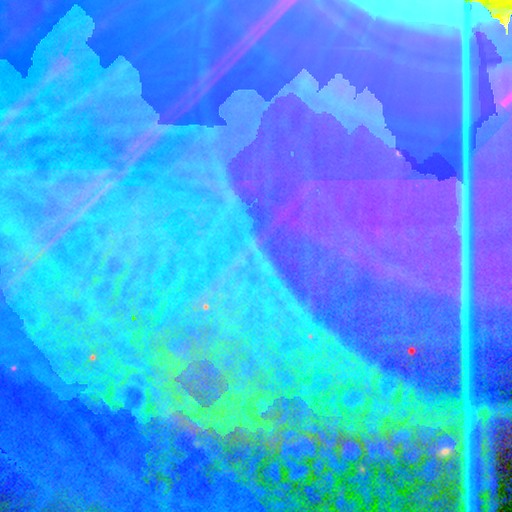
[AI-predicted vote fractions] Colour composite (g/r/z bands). It shows a star or artifact, not a galaxy (81%).